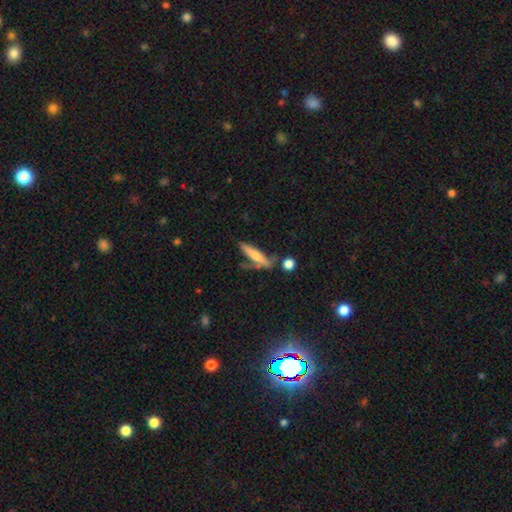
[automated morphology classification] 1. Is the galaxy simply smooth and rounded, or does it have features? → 49% featured or disk, 43% smooth, 8% star or artifact.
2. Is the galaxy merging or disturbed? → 58% none, 21% minor disturbance, 11% merger, 9% major disturbance.